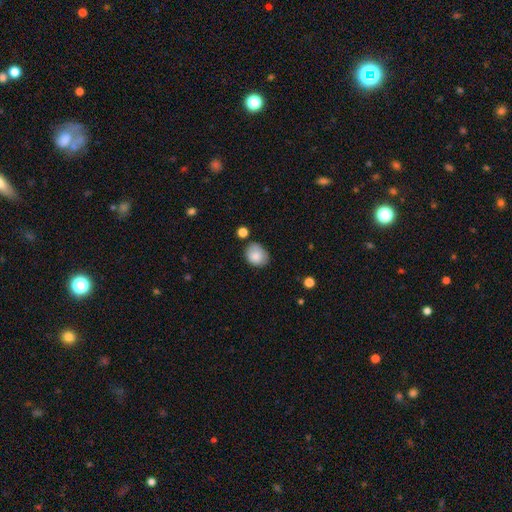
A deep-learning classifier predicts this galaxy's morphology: Overall: smooth (84%). How rounded: round (51%; in between 48%). Merging: none (62%; minor disturbance 27%).